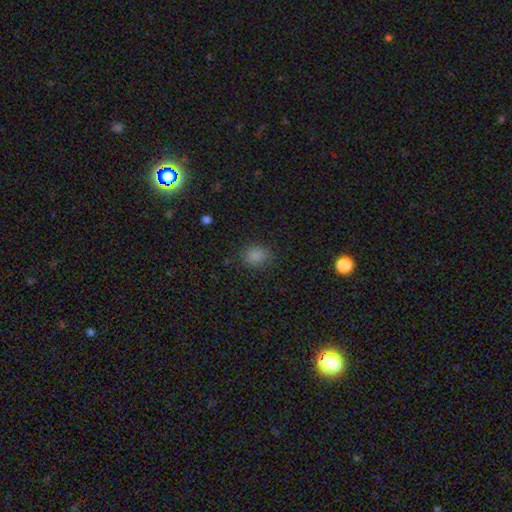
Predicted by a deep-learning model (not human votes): Morphology: type=smooth (83%); roundness=round (59%); merging=none (83%).